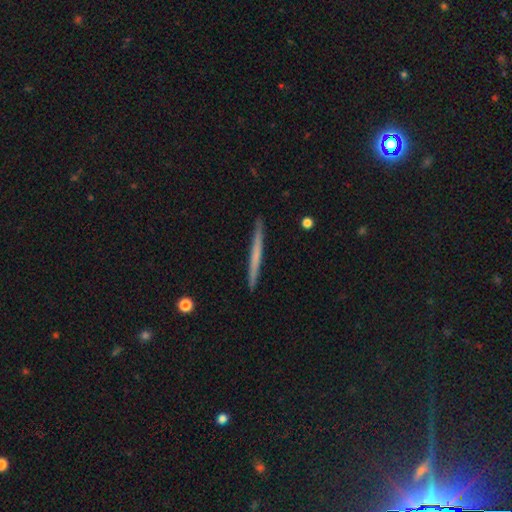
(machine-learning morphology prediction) smooth-or-featured: smooth: 51% | featured or disk: 44% | star or artifact: 5%
  how-rounded: cigar-shaped: 97% | in between: 2% | round: 1%
  merging: none: 92% | minor disturbance: 6% | major disturbance: 1% | merger: 1%